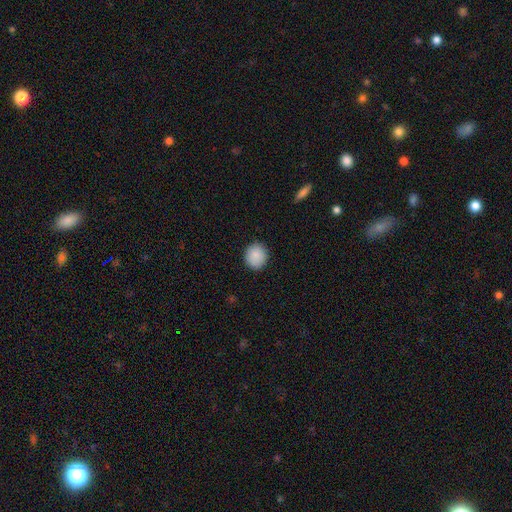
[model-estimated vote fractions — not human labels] Smooth or featured: smooth — 87% (star or artifact — 8%)
How rounded: round — 84% (in between — 15%)
Merging: none — 88% (minor disturbance — 9%)